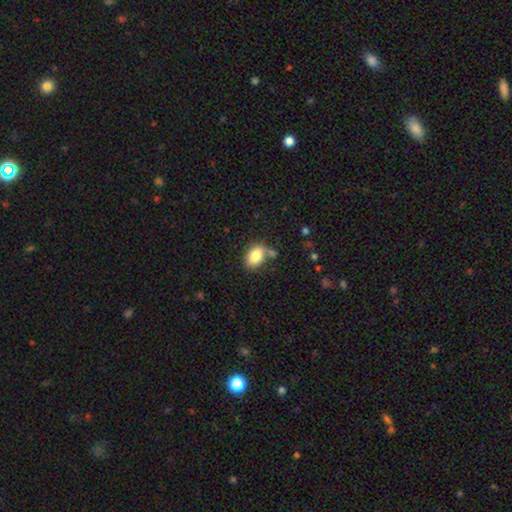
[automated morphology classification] smooth-or-featured: smooth: 84% | star or artifact: 8% | featured or disk: 8%
  how-rounded: in between: 82% | round: 17% | cigar-shaped: 1%
  merging: none: 62% | minor disturbance: 17% | merger: 15% | major disturbance: 6%